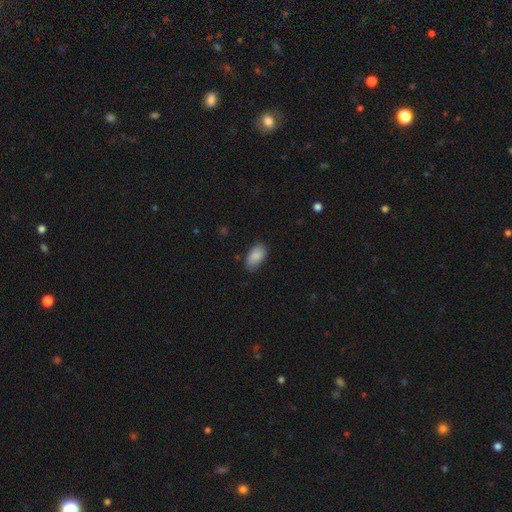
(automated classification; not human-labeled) smooth-or-featured: smooth: 87% | star or artifact: 7% | featured or disk: 6%
  how-rounded: in between: 94% | round: 4% | cigar-shaped: 2%
  merging: none: 76% | minor disturbance: 19% | major disturbance: 4% | merger: 1%